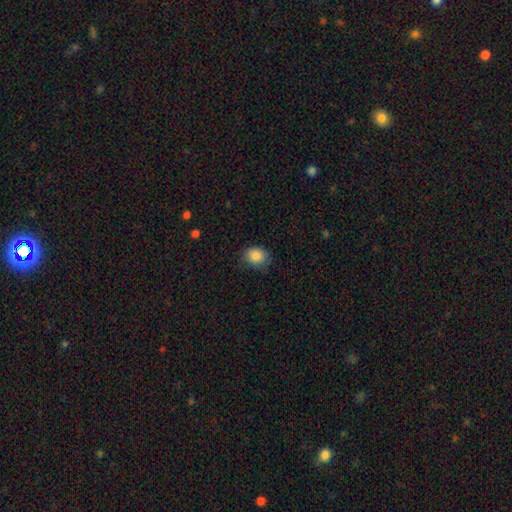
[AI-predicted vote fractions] Q: Smooth or featured?
A: smooth (87%); runner-up: star or artifact (8%)
Q: How rounded?
A: round (51%); runner-up: in between (48%)
Q: Merging?
A: none (72%); runner-up: minor disturbance (22%)